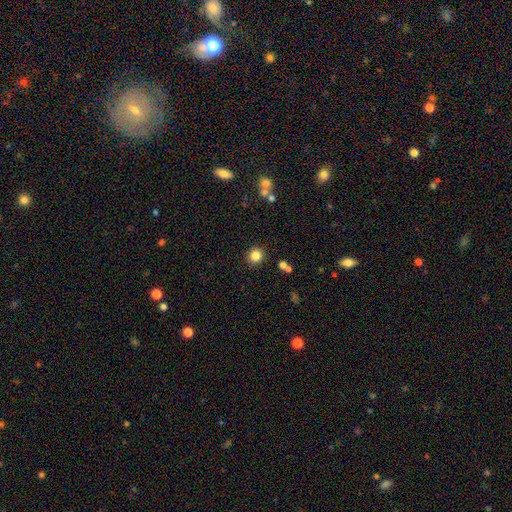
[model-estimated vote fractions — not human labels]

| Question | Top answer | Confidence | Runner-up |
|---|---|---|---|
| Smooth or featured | smooth | 83% | star or artifact (12%) |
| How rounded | round | 90% | in between (9%) |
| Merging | none | 89% | minor disturbance (6%) |